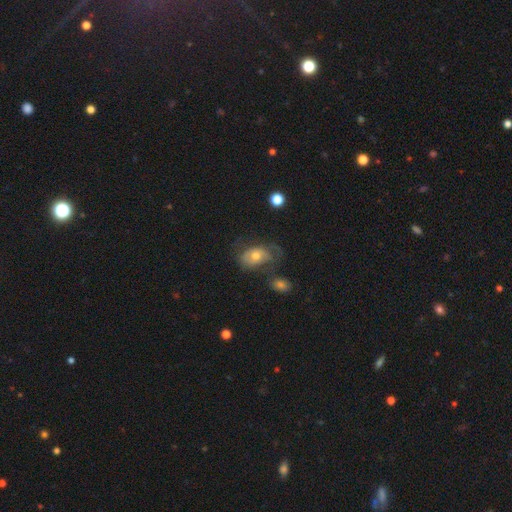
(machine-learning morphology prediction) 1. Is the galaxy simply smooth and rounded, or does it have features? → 47% featured or disk, 44% smooth, 10% star or artifact.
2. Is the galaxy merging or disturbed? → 34% none, 33% major disturbance, 26% minor disturbance, 8% merger.